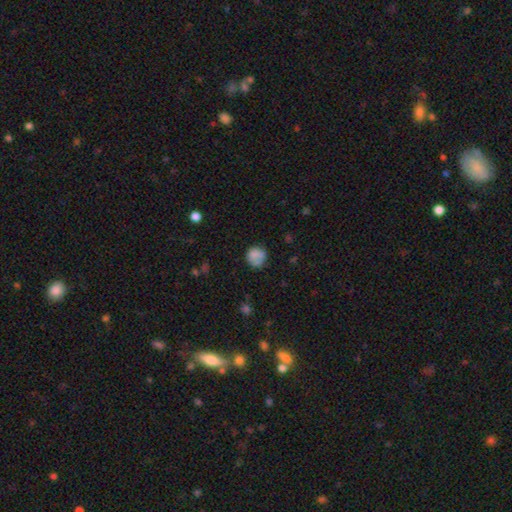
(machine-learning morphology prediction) smooth-or-featured: smooth: 76% | featured or disk: 14% | star or artifact: 10%
  how-rounded: round: 81% | in between: 18% | cigar-shaped: 1%
  merging: none: 61% | minor disturbance: 24% | major disturbance: 9% | merger: 7%